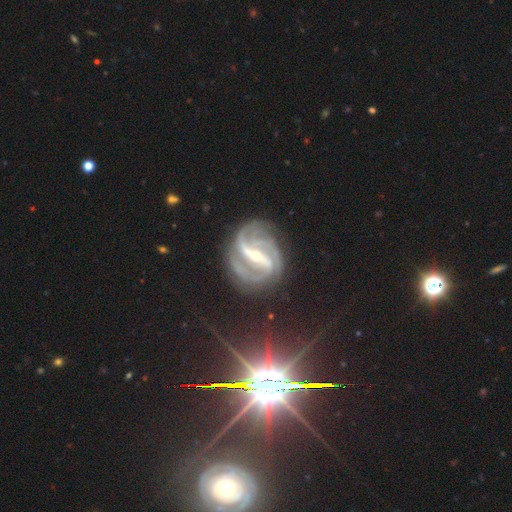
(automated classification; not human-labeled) This is clearly a featured or disk galaxy (91%). It is clearly not viewed edge-on (97%). Bar: likely strong (74%). Spiral arm pattern: clearly yes (98%). Spiral arm count: marginally 3 (39%). Spiral winding: marginally medium (44%). Central bulge: likely small (61%). Merging: likely none (74%).